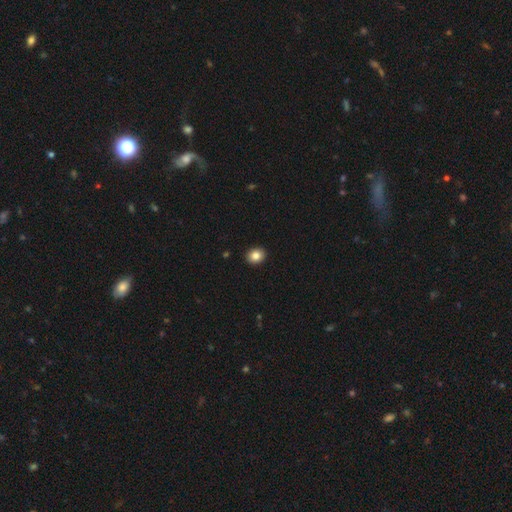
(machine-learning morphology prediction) Smooth or featured: smooth — 85% (star or artifact — 9%)
How rounded: round — 55% (in between — 44%)
Merging: none — 92% (minor disturbance — 6%)